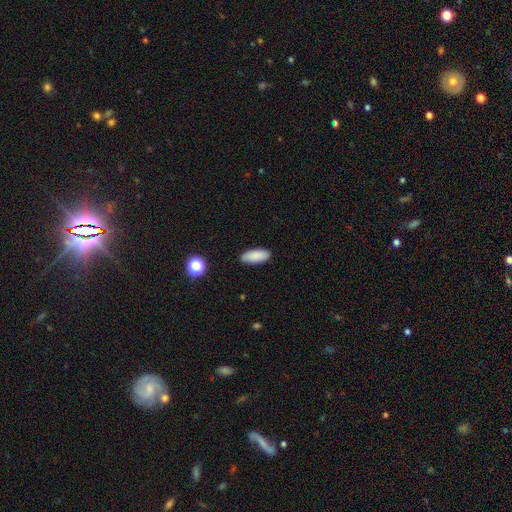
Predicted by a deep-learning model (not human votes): Smooth or featured? Predicted: smooth (p=0.88). How rounded? Predicted: in between (p=0.82). Merging? Predicted: none (p=0.89).